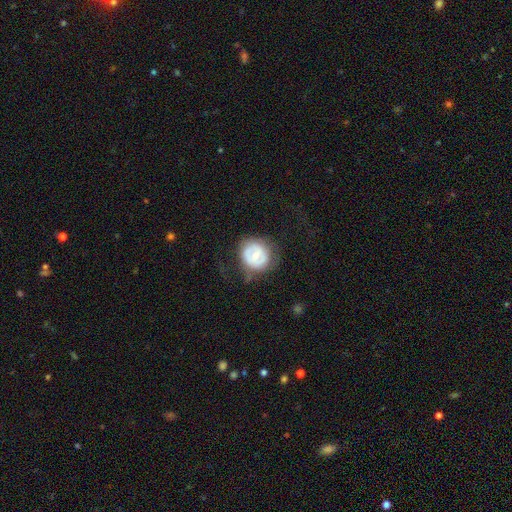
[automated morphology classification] Smooth or featured? Predicted: featured or disk (p=0.50). Merging? Predicted: none (p=0.58).